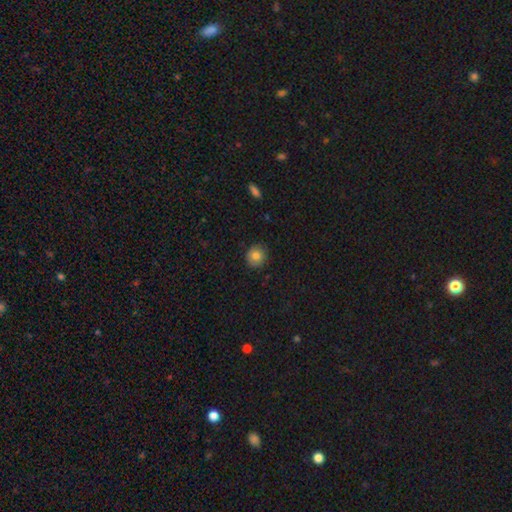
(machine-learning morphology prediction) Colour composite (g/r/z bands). It shows a smooth galaxy with no disk features (81%) that is round (89%). Merging: none (88%).